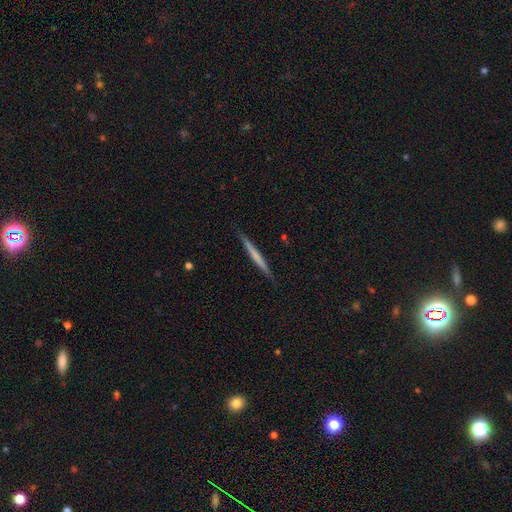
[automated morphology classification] The model was most divided on "smooth or featured": smooth: 50%, featured or disk: 45%, star or artifact: 5%. More confident: merging — none (89%).